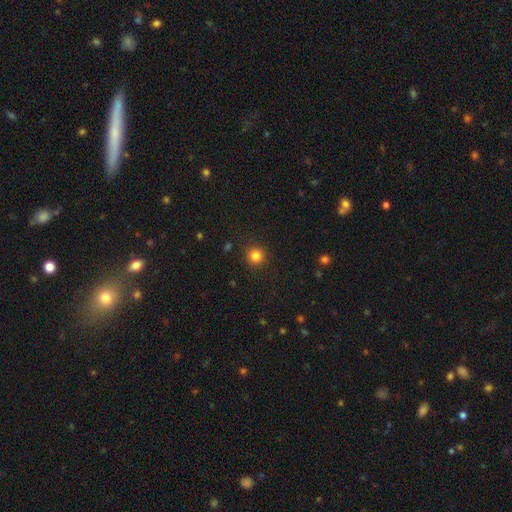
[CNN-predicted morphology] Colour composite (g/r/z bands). It shows a smooth galaxy with no disk features (83%) that is round (95%). Merging: none (91%).